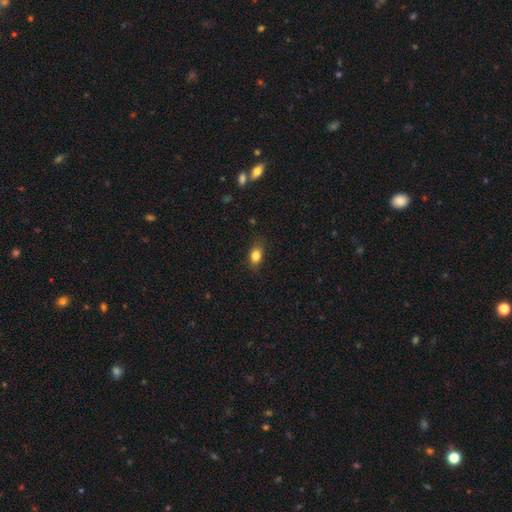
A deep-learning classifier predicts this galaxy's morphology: The model was most divided on "how rounded": in between: 77%, round: 20%, cigar-shaped: 3%. More confident: smooth or featured — smooth (83%); merging — none (80%).